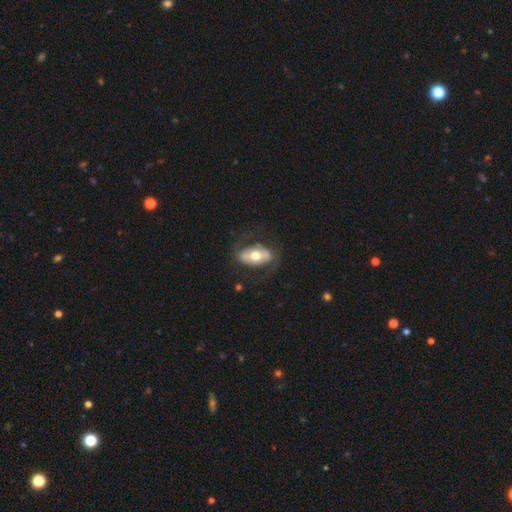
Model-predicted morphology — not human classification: Smooth or featured: featured or disk — 55% (smooth — 39%)
Edge-on disk: no — 89% (yes — 11%)
Merging: none — 71% (minor disturbance — 15%)